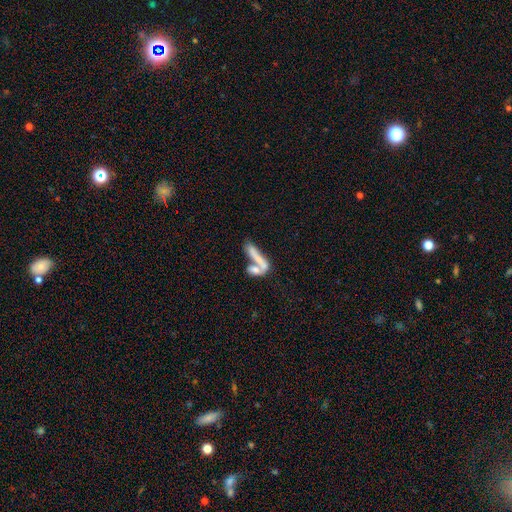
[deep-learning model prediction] The model was most divided on "how rounded": cigar-shaped: 61%, in between: 34%, round: 5%. More confident: smooth or featured — smooth (64%); merging — merger (59%).